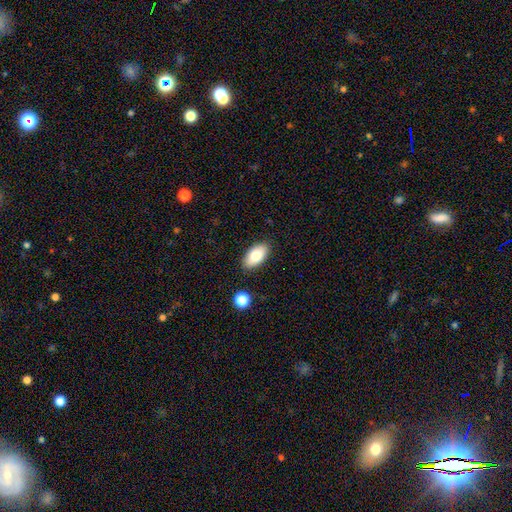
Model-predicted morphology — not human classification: Smooth or featured: smooth — 80% (featured or disk — 13%)
How rounded: in between — 93% (cigar-shaped — 4%)
Merging: none — 86% (minor disturbance — 10%)